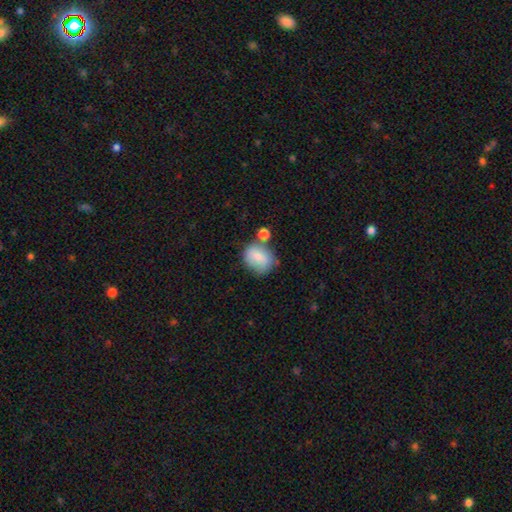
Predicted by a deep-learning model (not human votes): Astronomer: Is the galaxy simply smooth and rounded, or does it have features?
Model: smooth — 75%.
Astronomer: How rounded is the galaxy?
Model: round — 53% (runner-up: in between, 46%).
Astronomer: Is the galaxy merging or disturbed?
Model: none — 58%.